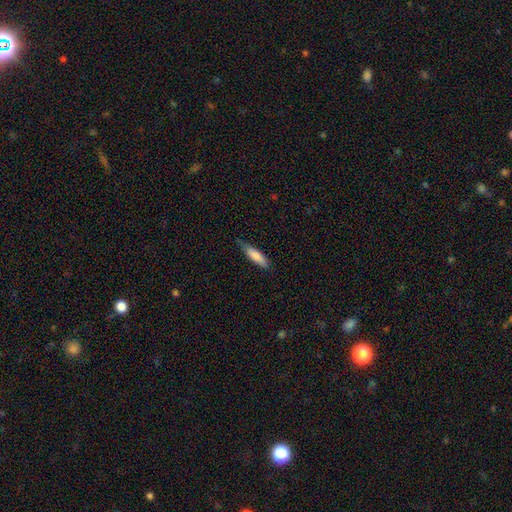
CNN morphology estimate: A smooth galaxy with no disk features (80%) that is cigar-shaped (66%). Merging: none (67%).